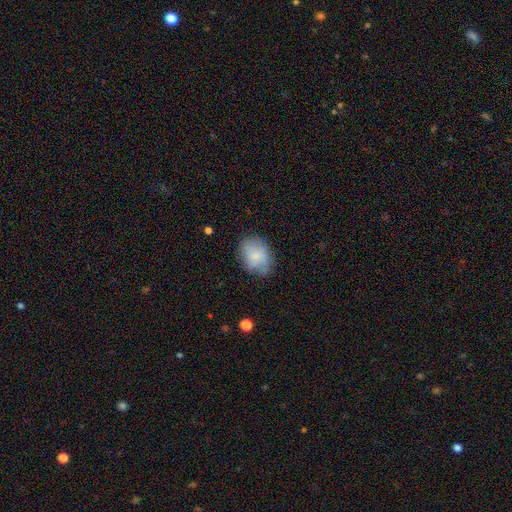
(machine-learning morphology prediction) Overall: smooth (77%). How rounded: in between (68%; round 31%). Merging: none (72%).